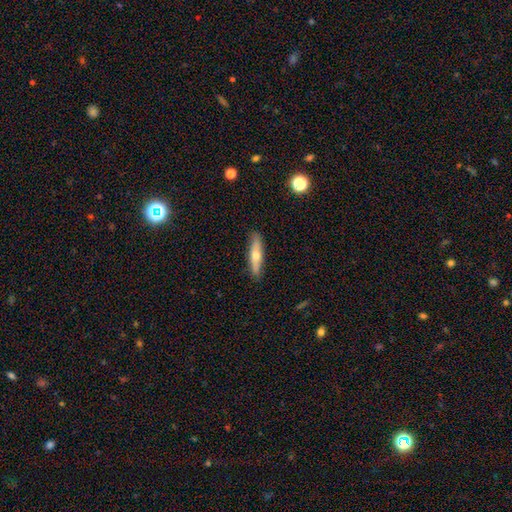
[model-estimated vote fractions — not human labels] featured or disk 47%, smooth 46%, star or artifact 7%. Down the decision tree: merging — none (89%).